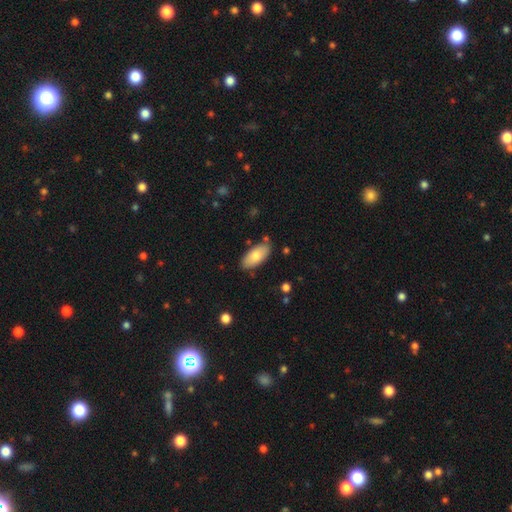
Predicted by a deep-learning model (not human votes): This appears to be a smooth galaxy with no disk features (77%) that is in between round and cigar-shaped (91%). Merging: none (82%).